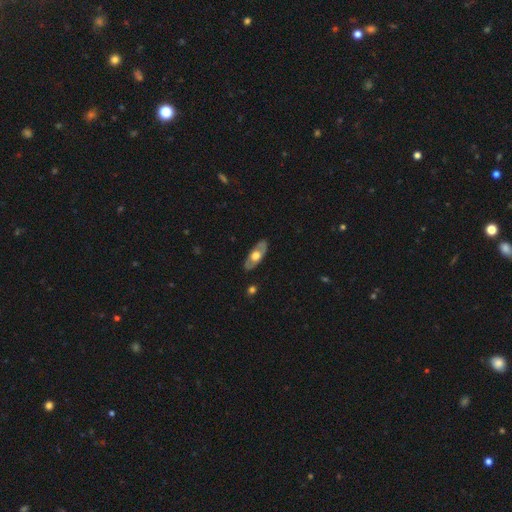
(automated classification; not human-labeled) smooth-or-featured: featured or disk: 53% | smooth: 42% | star or artifact: 5%
  disk-edge-on: no: 69% | yes: 31%
  merging: none: 85% | minor disturbance: 11% | major disturbance: 3% | merger: 1%